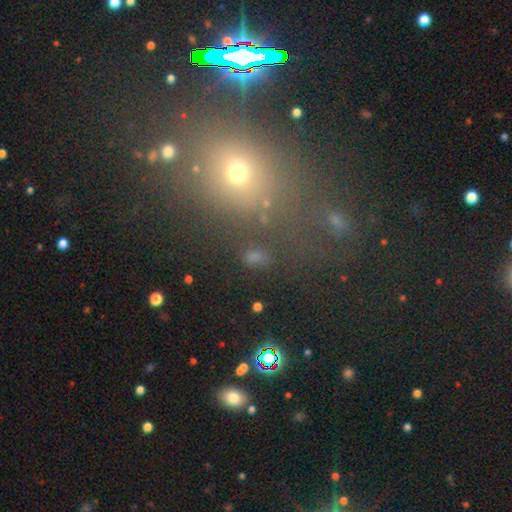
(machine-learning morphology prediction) Smooth or featured? Predicted: smooth (p=0.56). How rounded? Predicted: in between (p=0.64). Merging? Predicted: none (p=0.73).